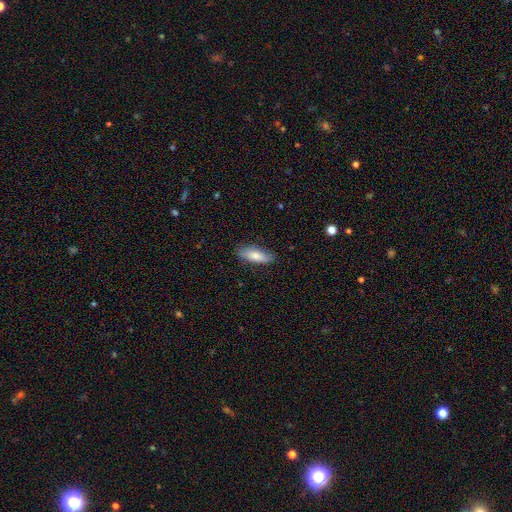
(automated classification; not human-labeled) smooth_or_featured: smooth (p=0.77) [alt: featured or disk p=0.17]
how_rounded: in between (p=0.66) [alt: cigar-shaped p=0.32]
merging: none (p=0.82) [alt: minor disturbance p=0.15]